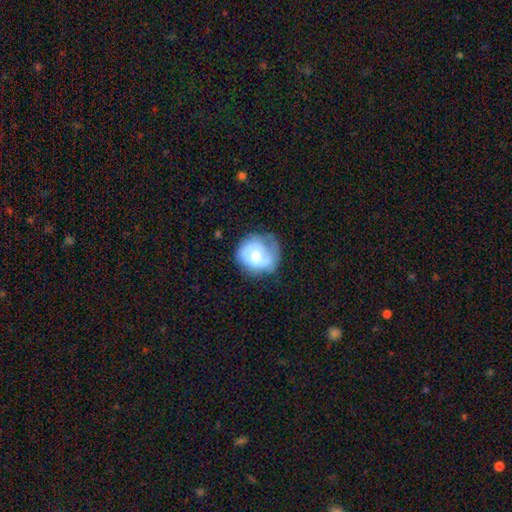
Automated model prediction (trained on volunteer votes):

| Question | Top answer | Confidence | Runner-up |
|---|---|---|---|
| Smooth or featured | featured or disk | 52% | smooth (41%) |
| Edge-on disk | no | 98% | yes (2%) |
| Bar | no | 70% | weak (26%) |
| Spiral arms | yes | 72% | no (28%) |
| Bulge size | moderate | 54% | small (36%) |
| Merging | none | 51% | minor disturbance (29%) |